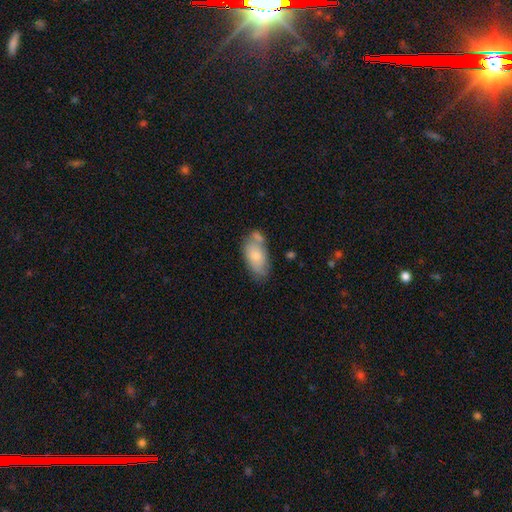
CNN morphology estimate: Smooth or featured? Predicted: smooth (p=0.69). How rounded? Predicted: in between (p=0.92). Merging? Predicted: none (p=0.49).